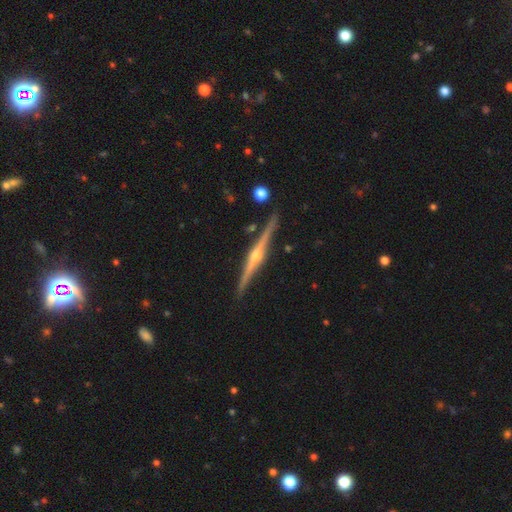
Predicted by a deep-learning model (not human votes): Smooth or featured? featured or disk (86%)
Edge-on disk? yes (99%)
Edge-on bulge? rounded (90%)
Merging? none (89%)